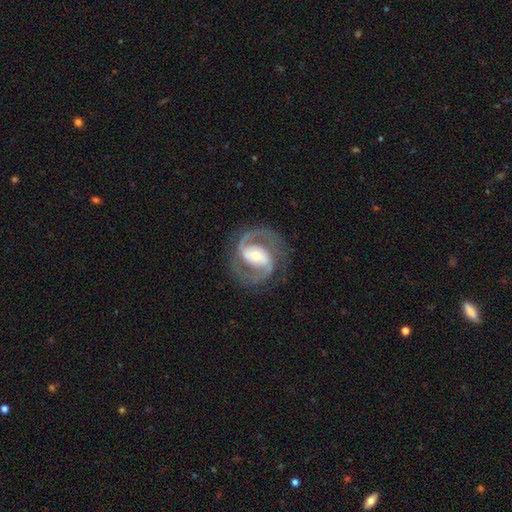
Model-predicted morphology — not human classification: A featured or disk galaxy (92%) with a weak bar (36%), 2 (92%) medium (58%) spiral arms (98%) and a moderate central bulge (58%). Merging: none (81%).